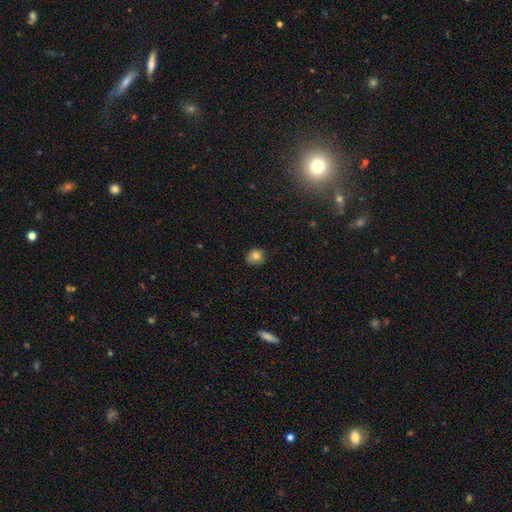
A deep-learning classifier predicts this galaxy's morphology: smooth-or-featured: smooth: 79% | star or artifact: 11% | featured or disk: 10%
  how-rounded: round: 79% | in between: 20% | cigar-shaped: 1%
  merging: none: 66% | minor disturbance: 24% | major disturbance: 5% | merger: 4%